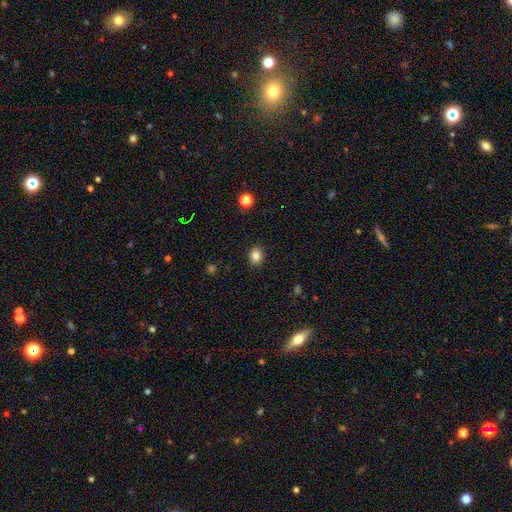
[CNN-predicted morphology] This appears to be a smooth galaxy with no disk features (84%) that is round (59%). Merging: none (91%).